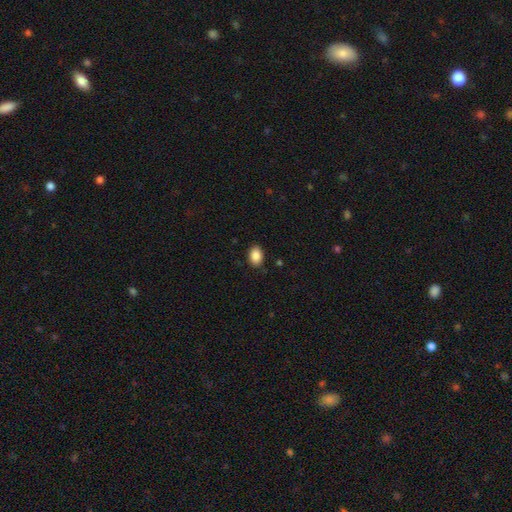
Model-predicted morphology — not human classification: A smooth galaxy with no disk features (88%) that is in between round and cigar-shaped (82%).

Vote fractions:
- Smooth or featured? smooth: 88% / star or artifact: 8% / featured or disk: 4%
- How rounded? in between: 82% / round: 17% / cigar-shaped: 1%
- Merging? none: 87% / minor disturbance: 10% / major disturbance: 2% / merger: 1%